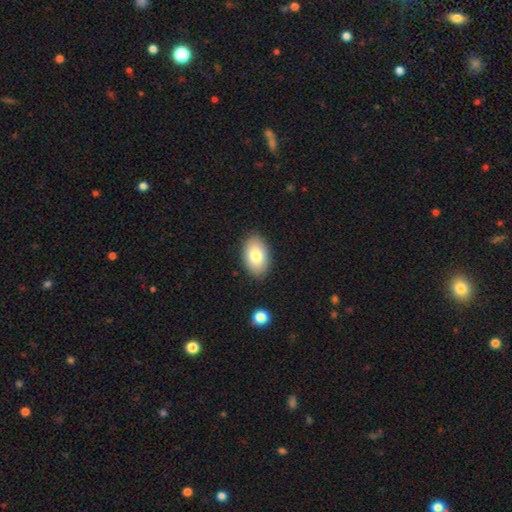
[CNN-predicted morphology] smooth 81%, featured or disk 12%, star or artifact 7%. Down the decision tree: how rounded — in between (92%); merging — none (87%).